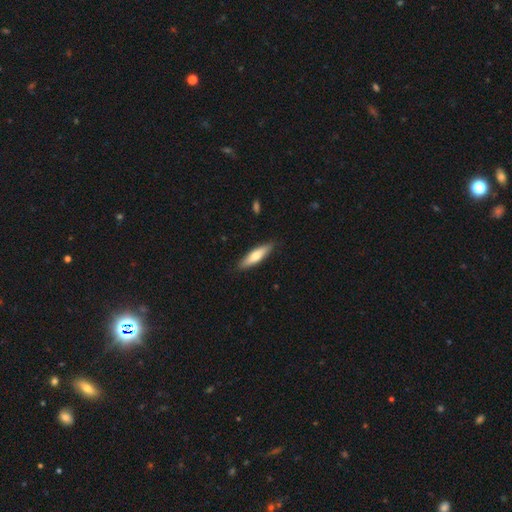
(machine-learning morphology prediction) smooth_or_featured: smooth (p=0.63) [alt: featured or disk p=0.31]
how_rounded: cigar-shaped (p=0.69) [alt: in between p=0.29]
merging: none (p=0.88) [alt: minor disturbance p=0.10]